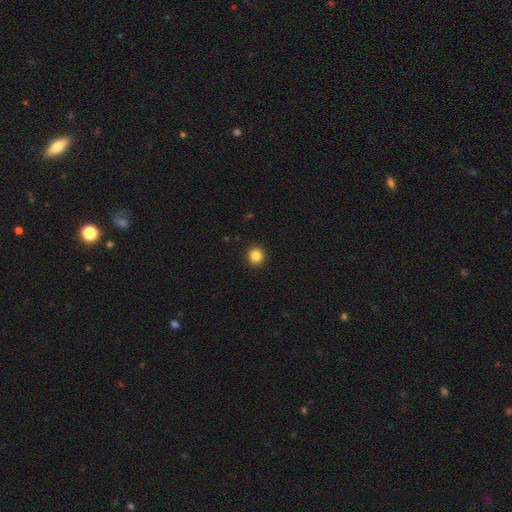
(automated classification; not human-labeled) Q: Smooth or featured?
A: smooth (85%); runner-up: star or artifact (11%)
Q: How rounded?
A: round (94%); runner-up: in between (5%)
Q: Merging?
A: none (93%); runner-up: minor disturbance (5%)